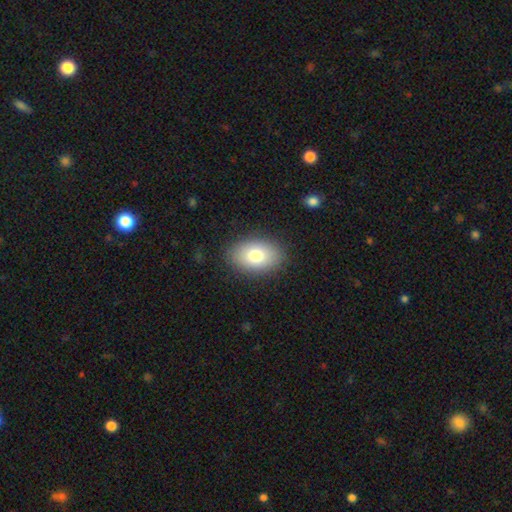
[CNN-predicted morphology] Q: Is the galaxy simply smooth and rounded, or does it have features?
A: smooth — 79%.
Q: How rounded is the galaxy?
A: in between — 86%.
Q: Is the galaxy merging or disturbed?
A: none — 86%.